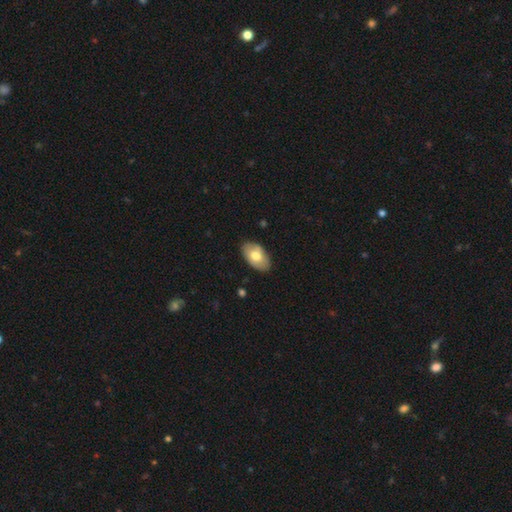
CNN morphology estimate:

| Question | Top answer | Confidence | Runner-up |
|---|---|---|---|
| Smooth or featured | smooth | 68% | featured or disk (26%) |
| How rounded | in between | 94% | round (5%) |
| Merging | none | 82% | minor disturbance (14%) |